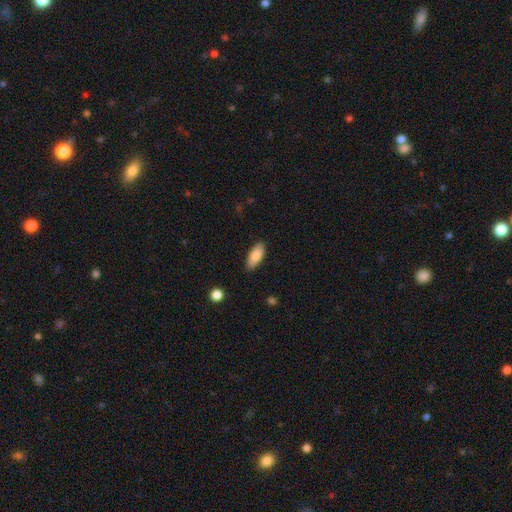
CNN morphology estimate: Smooth or featured?
  - smooth: 86% *
  - featured or disk: 8%
  - star or artifact: 6%
How rounded?
  - in between: 81% *
  - cigar-shaped: 17%
  - round: 2%
Merging?
  - none: 86% *
  - minor disturbance: 11%
  - major disturbance: 2%
  - merger: 1%